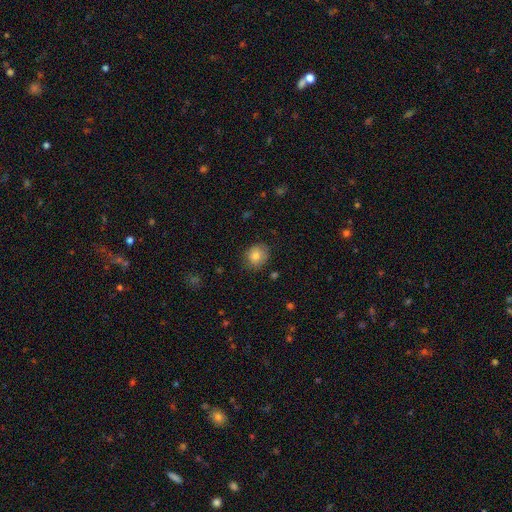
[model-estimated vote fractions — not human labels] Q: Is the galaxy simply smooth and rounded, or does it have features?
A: smooth — 81%.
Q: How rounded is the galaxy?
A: round — 68%.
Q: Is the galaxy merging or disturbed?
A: none — 76%.